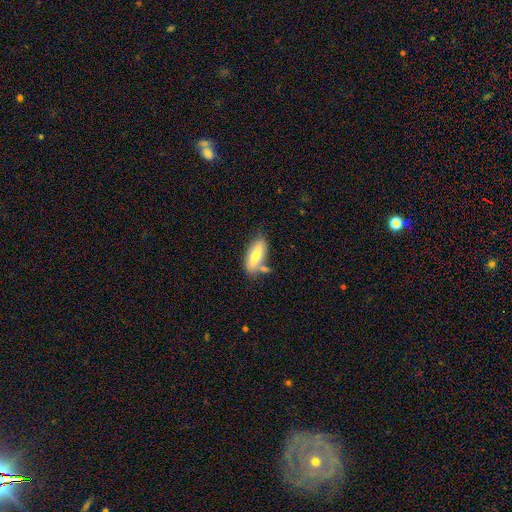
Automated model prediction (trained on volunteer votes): Smooth or featured?
  - smooth: 71% *
  - featured or disk: 23%
  - star or artifact: 6%
How rounded?
  - in between: 79% *
  - cigar-shaped: 19%
  - round: 2%
Merging?
  - none: 55% *
  - minor disturbance: 22%
  - merger: 18%
  - major disturbance: 6%